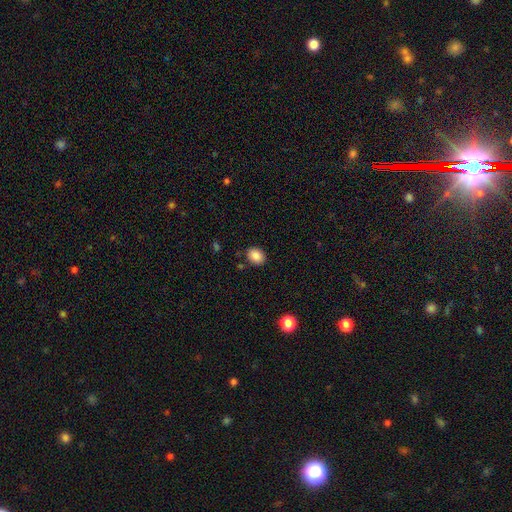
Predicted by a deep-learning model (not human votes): Smooth or featured? smooth (87%)
How rounded? in between (60%)
Merging? none (85%)